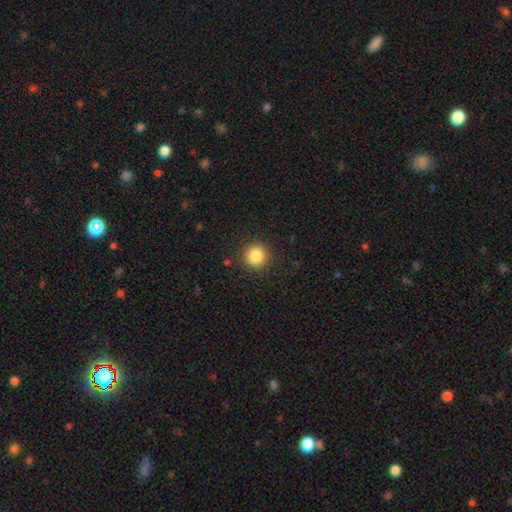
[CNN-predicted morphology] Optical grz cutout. It shows a smooth galaxy with no disk features (85%) that is round (93%). Merging: none (91%).